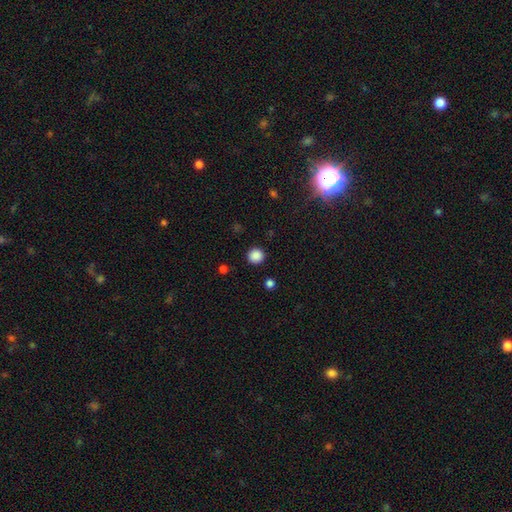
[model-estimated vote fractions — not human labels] This is clearly a smooth galaxy (87%). How rounded: clearly round (93%). Merging: clearly none (91%).